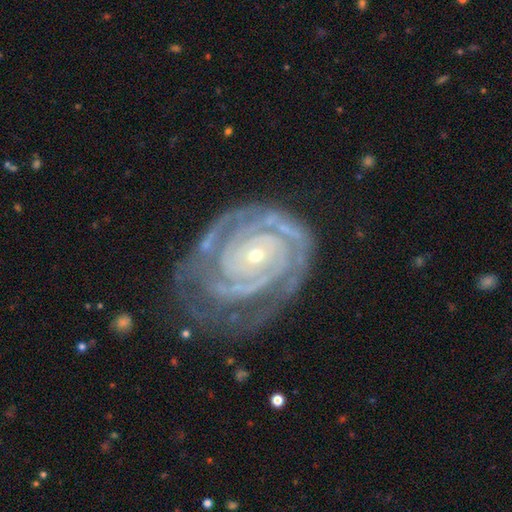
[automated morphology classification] Overall: featured or disk (92%). Edge-on disk: no (97%). Bar: no (76%). Spiral arms: yes (98%). Spiral arm count: 2 (41%; 3 23%). Spiral winding: tight (84%). Bulge size: small (74%). Merging: none (67%).